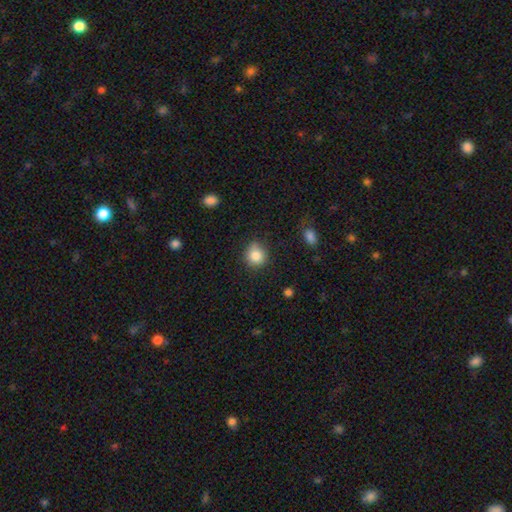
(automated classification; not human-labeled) A smooth galaxy with no disk features (85%) that is round (84%). Merging: none (78%).